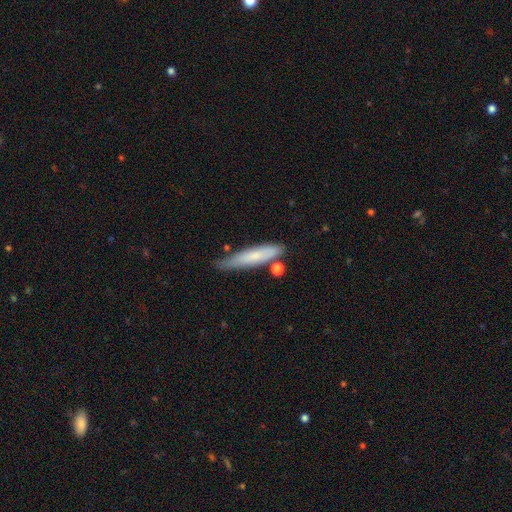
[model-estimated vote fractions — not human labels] smooth 70%, featured or disk 24%, star or artifact 6%. Down the decision tree: how rounded — cigar-shaped (86%); merging — none (65%).